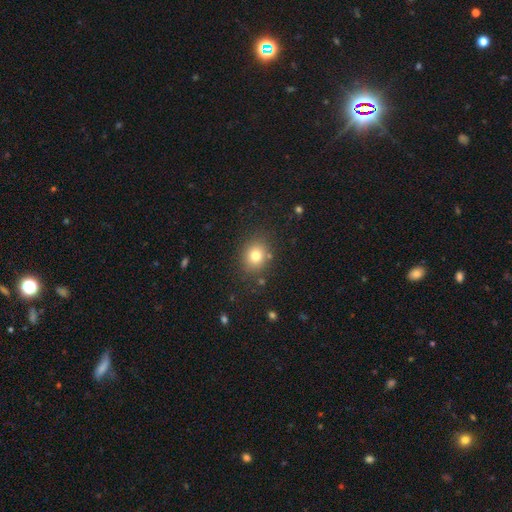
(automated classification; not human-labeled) Morphology: type=smooth (78%); roundness=round (67%); merging=none (84%).